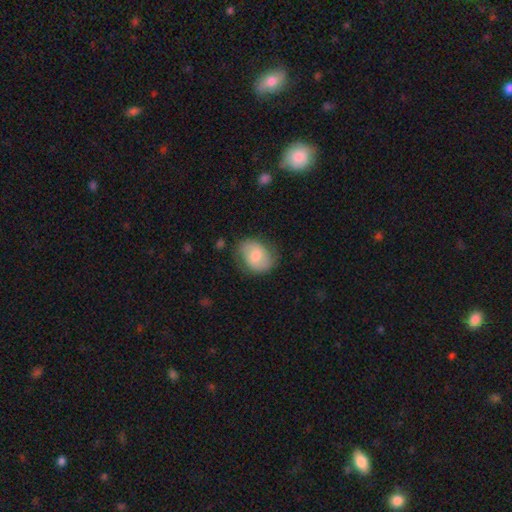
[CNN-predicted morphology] Smooth or featured? smooth (59%)
How rounded? in between (62%)
Merging? none (73%)